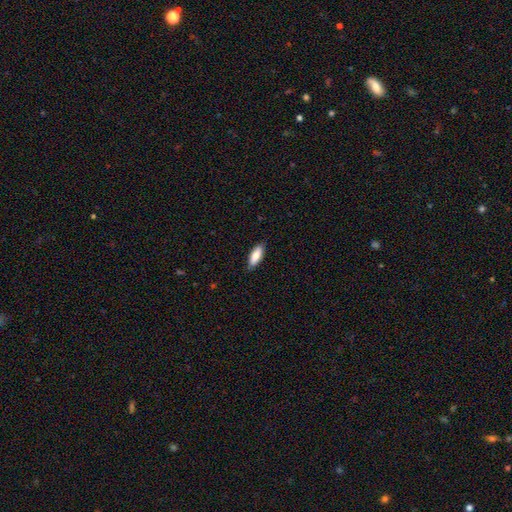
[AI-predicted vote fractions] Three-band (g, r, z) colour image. It shows a smooth galaxy with no disk features (80%) that is in between round and cigar-shaped (69%). Merging: none (85%).